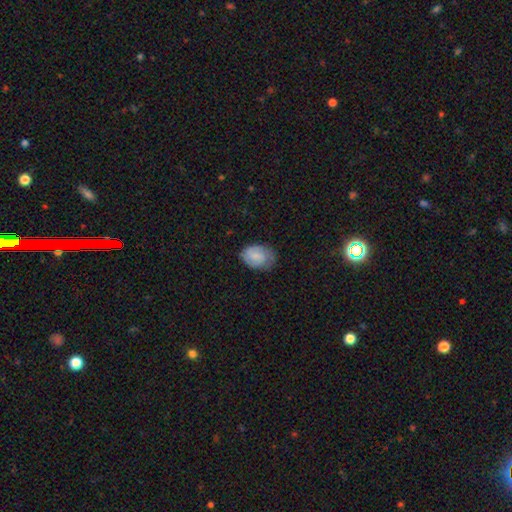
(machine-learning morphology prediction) Smooth or featured: smooth — 54% (featured or disk — 39%)
How rounded: in between — 74% (round — 25%)
Merging: none — 65% (minor disturbance — 26%)